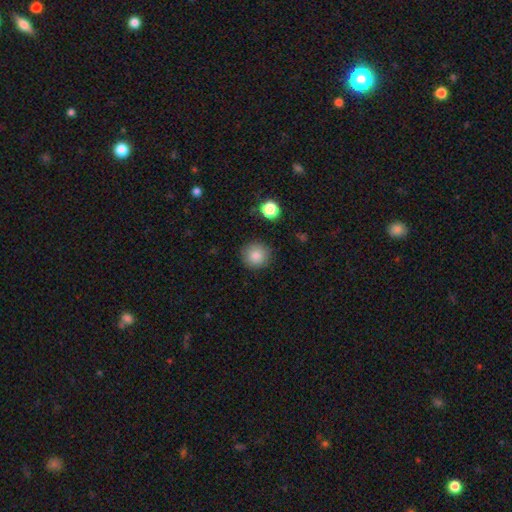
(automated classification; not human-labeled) A smooth galaxy with no disk features (83%) that is round (94%).

Vote fractions:
- Smooth or featured? smooth: 83% / star or artifact: 10% / featured or disk: 7%
- How rounded? round: 94% / in between: 5% / cigar-shaped: 1%
- Merging? none: 89% / minor disturbance: 7% / major disturbance: 2% / merger: 2%